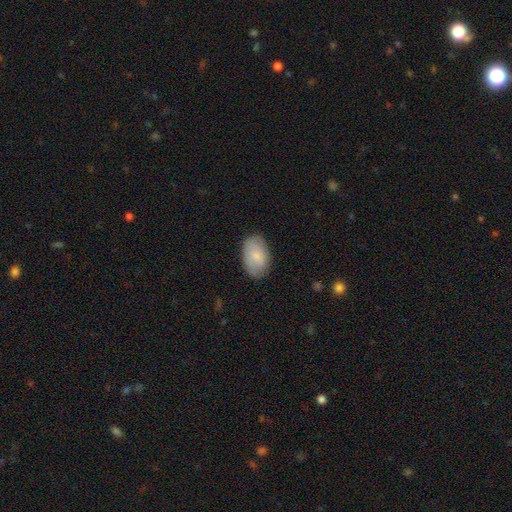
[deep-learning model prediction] smooth_or_featured: smooth (p=0.78) [alt: featured or disk p=0.16]
how_rounded: in between (p=0.92) [alt: round p=0.06]
merging: none (p=0.80) [alt: minor disturbance p=0.15]